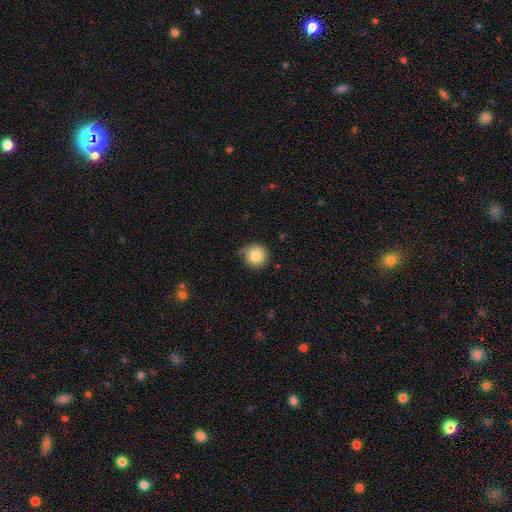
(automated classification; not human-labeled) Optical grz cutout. It shows a smooth galaxy with no disk features (81%) that is round (95%). Merging: none (77%).